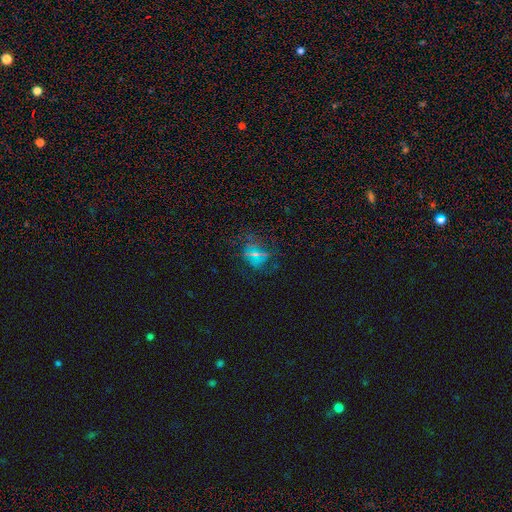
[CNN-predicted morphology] This is possibly a star or artifact rather than a galaxy (50%).